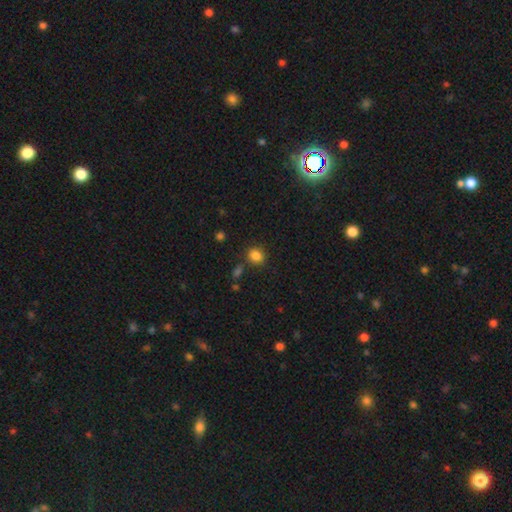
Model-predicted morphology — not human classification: Overall: smooth (85%). How rounded: round (61%; in between 38%). Merging: none (80%).